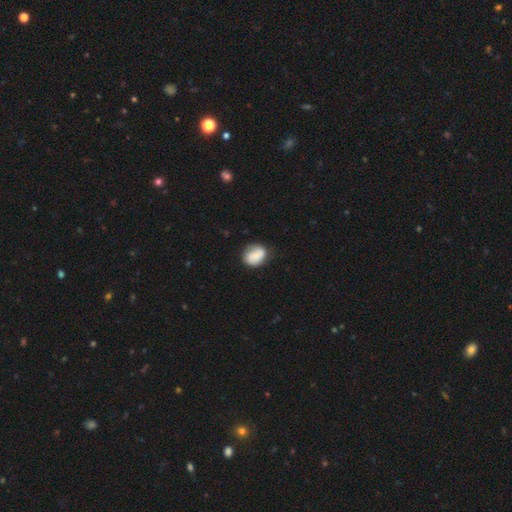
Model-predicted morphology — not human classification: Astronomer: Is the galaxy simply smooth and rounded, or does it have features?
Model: smooth — 63%.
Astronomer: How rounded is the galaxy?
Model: round — 55% (runner-up: in between, 44%).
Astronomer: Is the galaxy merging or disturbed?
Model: none — 64%.